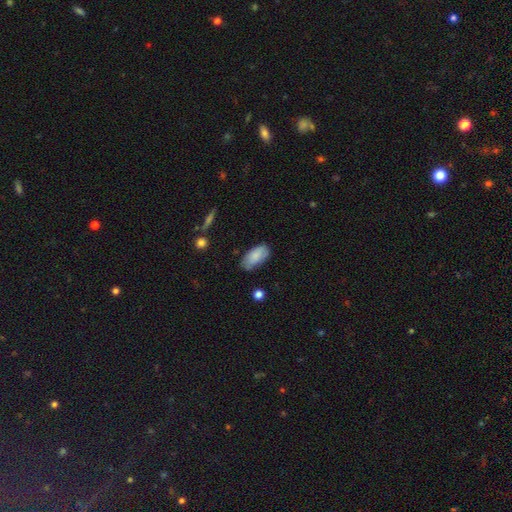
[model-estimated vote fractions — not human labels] smooth_or_featured: smooth (p=0.83) [alt: featured or disk p=0.11]
how_rounded: in between (p=0.92) [alt: cigar-shaped p=0.06]
merging: none (p=0.72) [alt: minor disturbance p=0.22]